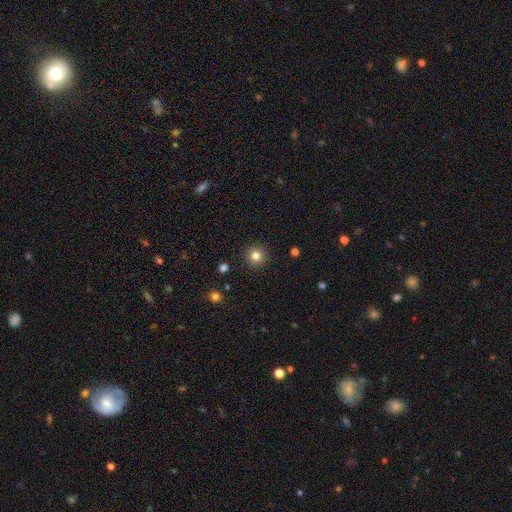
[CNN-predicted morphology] smooth_or_featured: smooth (p=0.83) [alt: star or artifact p=0.12]
how_rounded: round (p=0.95) [alt: in between p=0.04]
merging: none (p=0.92) [alt: minor disturbance p=0.05]